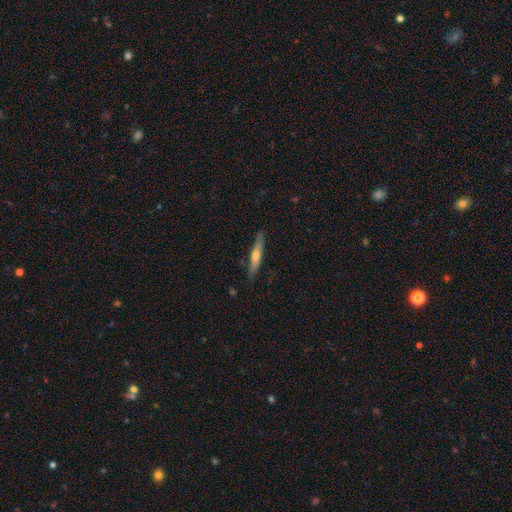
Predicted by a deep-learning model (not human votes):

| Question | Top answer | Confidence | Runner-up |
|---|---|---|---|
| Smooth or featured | featured or disk | 49% | smooth (45%) |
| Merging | none | 86% | minor disturbance (11%) |